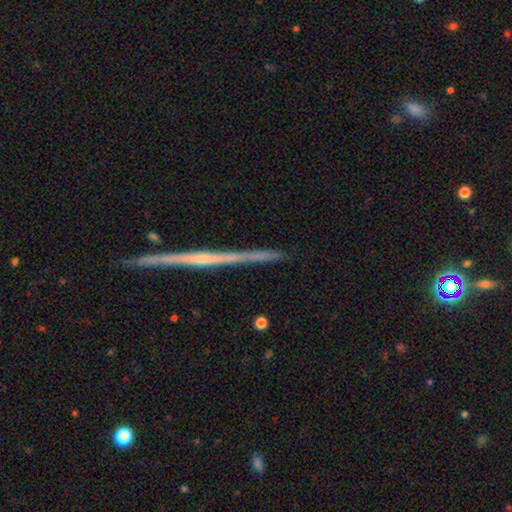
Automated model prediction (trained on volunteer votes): A featured or disk galaxy (77%) viewed edge-on (98%) with no central bulge (59%).

Vote fractions:
- Smooth or featured? featured or disk: 77% / smooth: 16% / star or artifact: 7%
- Edge-on disk? yes: 98% / no: 2%
- Edge-on bulge? none: 59% / rounded: 32% / boxy: 9%
- Merging? none: 90% / minor disturbance: 7% / merger: 2% / major disturbance: 1%